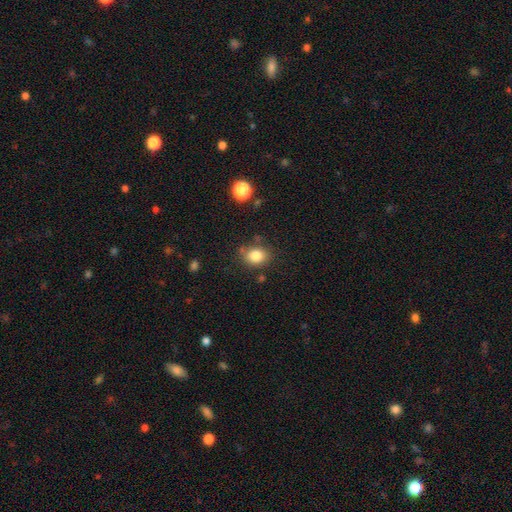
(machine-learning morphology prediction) smooth 82%, star or artifact 10%, featured or disk 8%. Down the decision tree: how rounded — round (52%); merging — none (73%).